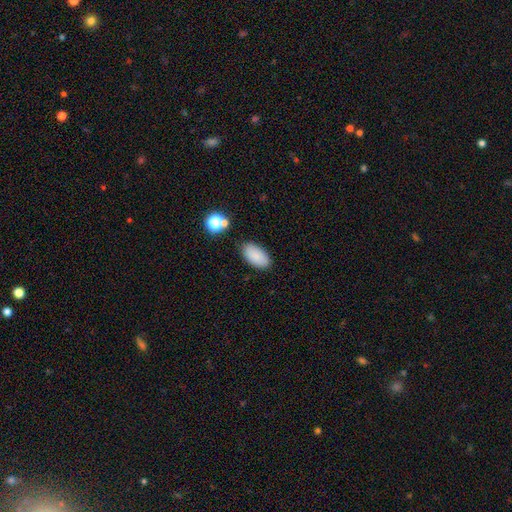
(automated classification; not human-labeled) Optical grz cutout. It shows a smooth galaxy with no disk features (86%) that is in between round and cigar-shaped (94%). Merging: none (85%).